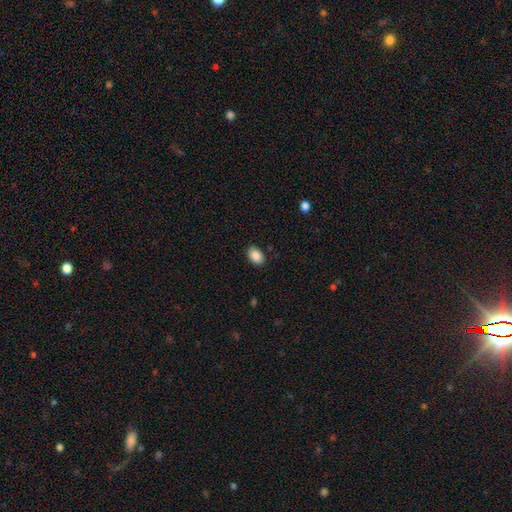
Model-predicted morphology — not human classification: Overall: smooth (89%). How rounded: in between (85%). Merging: none (87%).